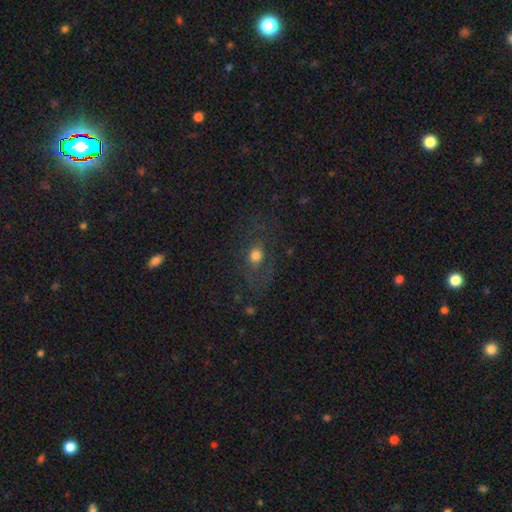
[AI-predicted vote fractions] smooth_or_featured: smooth (p=0.57) [alt: featured or disk p=0.27]
how_rounded: round (p=0.51) [alt: in between p=0.46]
merging: none (p=0.65) [alt: minor disturbance p=0.17]